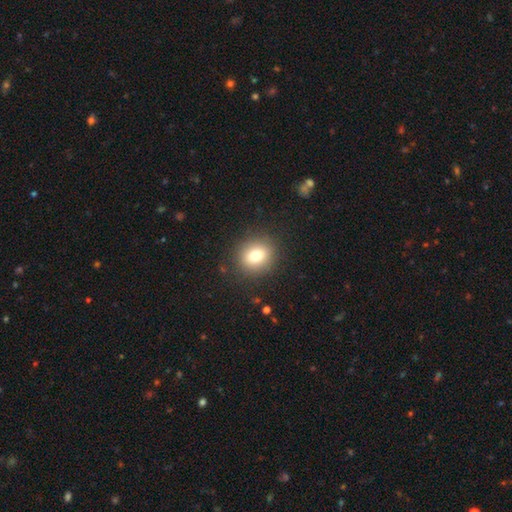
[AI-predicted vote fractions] This appears to be a smooth galaxy with no disk features (76%) that is round (74%). Merging: none (89%).